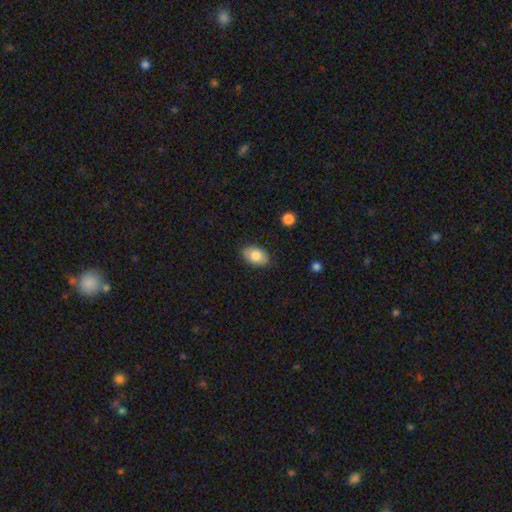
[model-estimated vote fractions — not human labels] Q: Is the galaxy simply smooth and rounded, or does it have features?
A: smooth — 83%.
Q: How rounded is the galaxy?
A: in between — 87%.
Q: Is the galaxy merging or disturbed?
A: none — 85%.